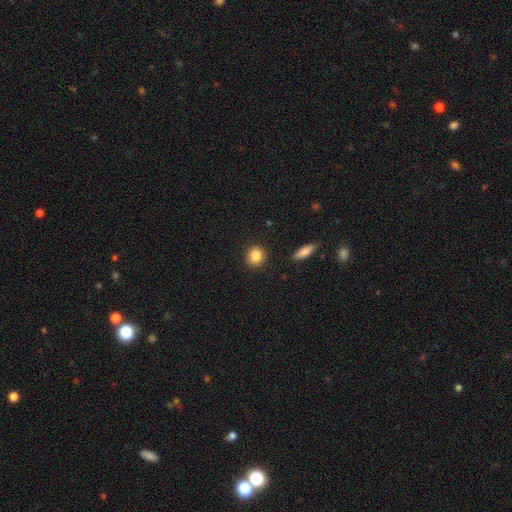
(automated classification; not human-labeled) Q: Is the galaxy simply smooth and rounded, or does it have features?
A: smooth — 86%.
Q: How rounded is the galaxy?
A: round — 81%.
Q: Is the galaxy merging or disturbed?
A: none — 90%.